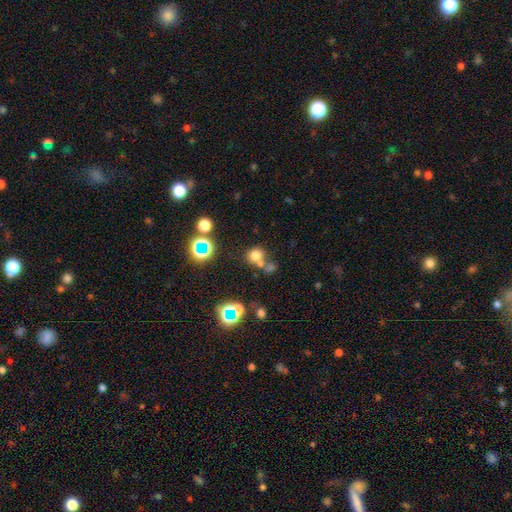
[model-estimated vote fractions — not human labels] Overall: smooth (70%). How rounded: round (81%). Merging: none (56%; merger 29%).